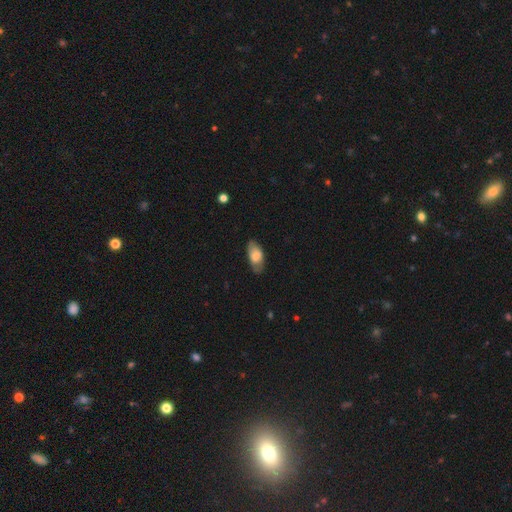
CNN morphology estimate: smooth_or_featured: smooth (p=0.74) [alt: featured or disk p=0.20]
how_rounded: in between (p=0.89) [alt: cigar-shaped p=0.08]
merging: none (p=0.75) [alt: minor disturbance p=0.19]